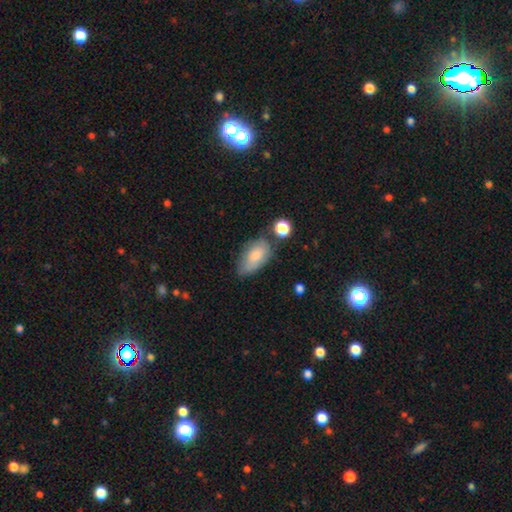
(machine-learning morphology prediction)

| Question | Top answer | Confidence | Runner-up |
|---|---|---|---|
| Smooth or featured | smooth | 77% | featured or disk (15%) |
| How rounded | in between | 92% | round (5%) |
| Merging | none | 57% | minor disturbance (26%) |